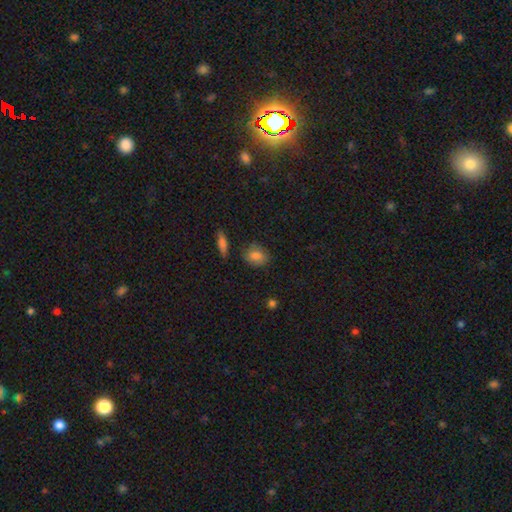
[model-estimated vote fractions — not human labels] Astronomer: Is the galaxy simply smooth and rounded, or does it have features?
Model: smooth — 83%.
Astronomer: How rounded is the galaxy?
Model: round — 51% (runner-up: in between, 46%).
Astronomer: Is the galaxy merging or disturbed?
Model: none — 75%.